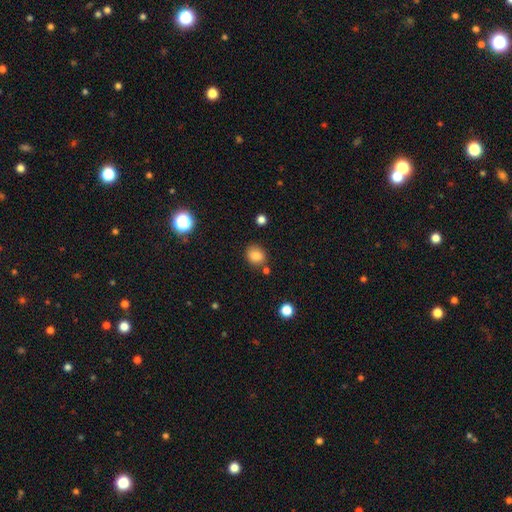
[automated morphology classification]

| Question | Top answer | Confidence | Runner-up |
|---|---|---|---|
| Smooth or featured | smooth | 83% | star or artifact (11%) |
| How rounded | round | 65% | in between (34%) |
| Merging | none | 76% | minor disturbance (14%) |